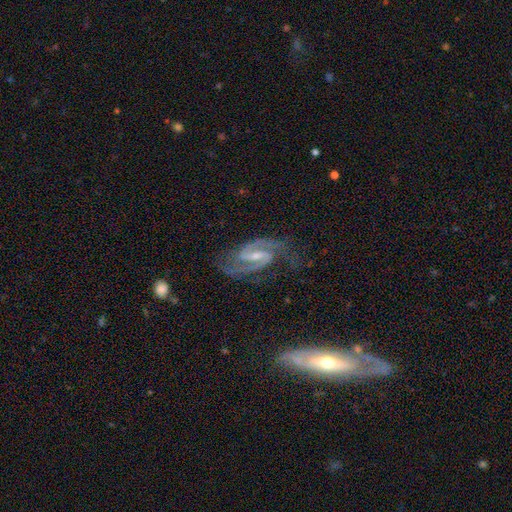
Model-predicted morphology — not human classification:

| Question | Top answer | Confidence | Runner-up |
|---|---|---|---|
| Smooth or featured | featured or disk | 93% | star or artifact (4%) |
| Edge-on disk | no | 97% | yes (3%) |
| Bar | weak | 46% | strong (41%) |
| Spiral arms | yes | 98% | no (2%) |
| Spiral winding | medium | 63% | tight (23%) |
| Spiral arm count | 2 | 94% | can't tell (2%) |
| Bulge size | small | 57% | moderate (32%) |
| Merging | none | 76% | minor disturbance (16%) |